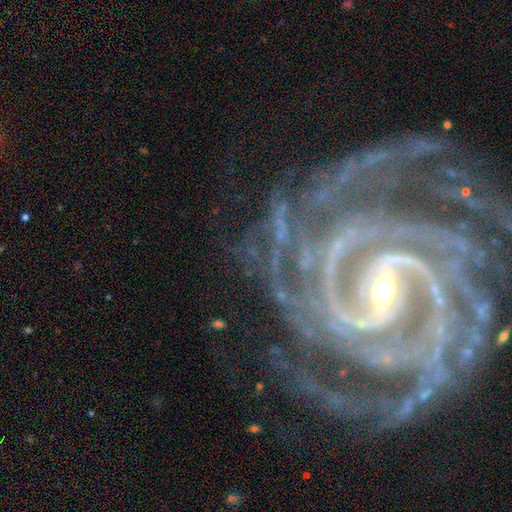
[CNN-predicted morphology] A featured or disk galaxy (93%) with a strong bar (62%), 2 (33%) tight (63%) spiral arms (99%) and a small central bulge (60%). Merging: none (68%).